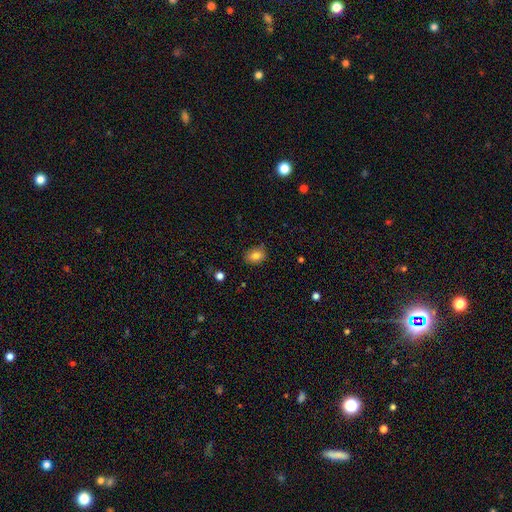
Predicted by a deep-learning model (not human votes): Smooth or featured?
  - smooth: 81% *
  - star or artifact: 10%
  - featured or disk: 9%
How rounded?
  - in between: 61% *
  - round: 38%
  - cigar-shaped: 1%
Merging?
  - none: 80% *
  - minor disturbance: 16%
  - major disturbance: 3%
  - merger: 1%